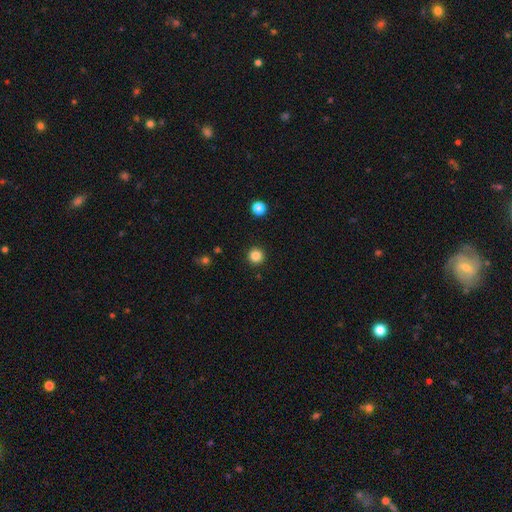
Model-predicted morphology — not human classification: Smooth or featured? Predicted: smooth (p=0.84). How rounded? Predicted: round (p=0.96). Merging? Predicted: none (p=0.93).